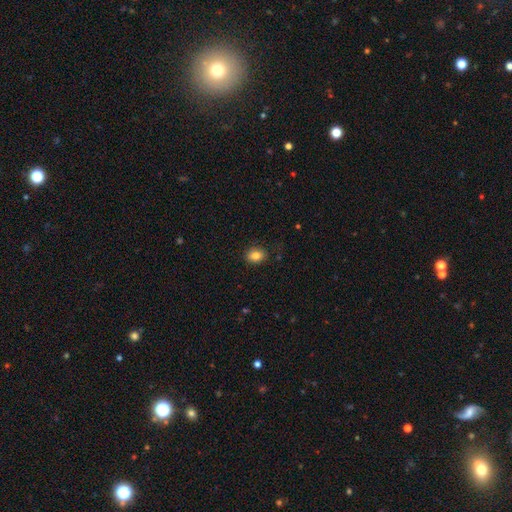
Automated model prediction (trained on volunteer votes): A smooth galaxy with no disk features (82%) that is in between round and cigar-shaped (52%).

Vote fractions:
- Smooth or featured? smooth: 82% / star or artifact: 10% / featured or disk: 7%
- How rounded? in between: 52% / round: 47% / cigar-shaped: 1%
- Merging? none: 85% / minor disturbance: 11% / major disturbance: 3% / merger: 1%